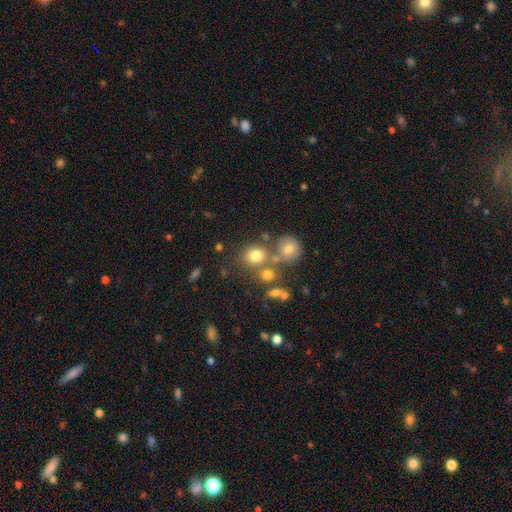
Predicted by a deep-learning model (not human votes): smooth 74%, star or artifact 15%, featured or disk 11%. Down the decision tree: how rounded — round (76%); merging — none (59%).